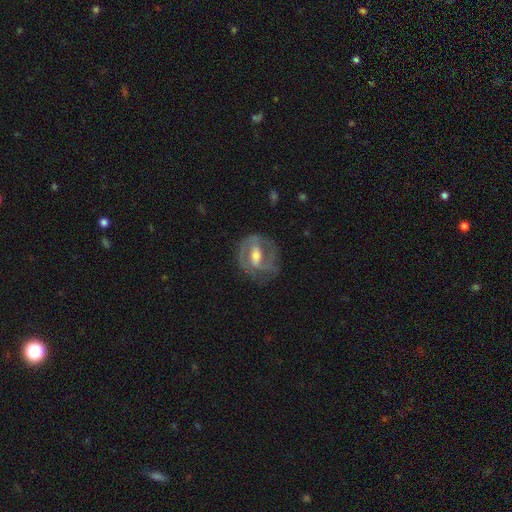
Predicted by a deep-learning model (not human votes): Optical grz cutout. It shows a featured or disk galaxy (77%) with a weak bar (43%), 2 (67%) tight (44%) spiral arms (78%) and a moderate central bulge (65%). Merging: none (67%).